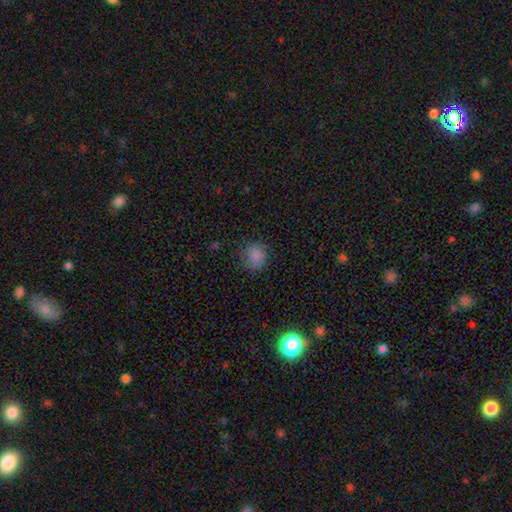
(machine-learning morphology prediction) smooth 84%, star or artifact 9%, featured or disk 6%. Down the decision tree: how rounded — round (85%); merging — none (76%).